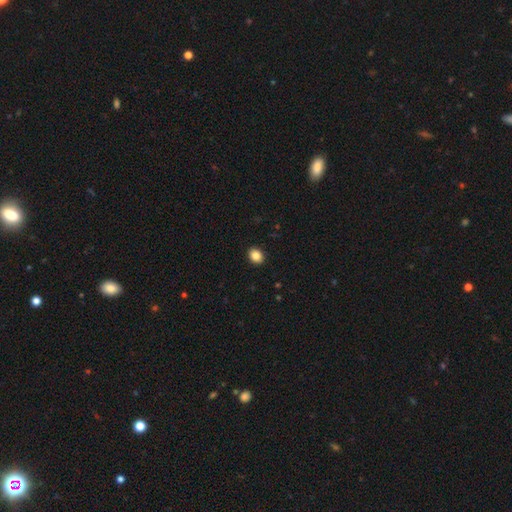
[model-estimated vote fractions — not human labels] Q: Smooth or featured?
A: smooth (86%); runner-up: star or artifact (9%)
Q: How rounded?
A: in between (50%); runner-up: round (49%)
Q: Merging?
A: none (92%); runner-up: minor disturbance (6%)